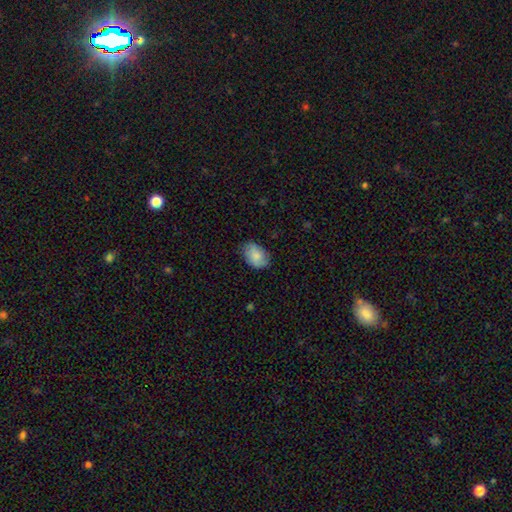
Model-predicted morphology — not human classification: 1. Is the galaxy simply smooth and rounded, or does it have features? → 81% smooth, 13% featured or disk, 7% star or artifact.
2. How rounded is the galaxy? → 82% in between, 17% round, 1% cigar-shaped.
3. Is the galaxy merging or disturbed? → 76% none, 19% minor disturbance, 4% major disturbance, 1% merger.